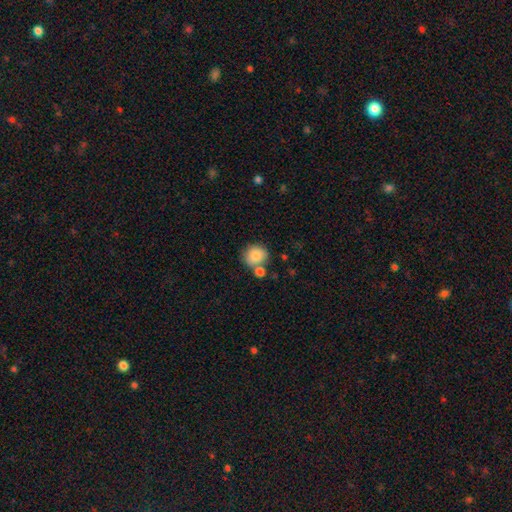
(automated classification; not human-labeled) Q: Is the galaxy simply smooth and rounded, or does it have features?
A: smooth — 83%.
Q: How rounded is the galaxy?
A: round — 81%.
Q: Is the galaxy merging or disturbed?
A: none — 62%.